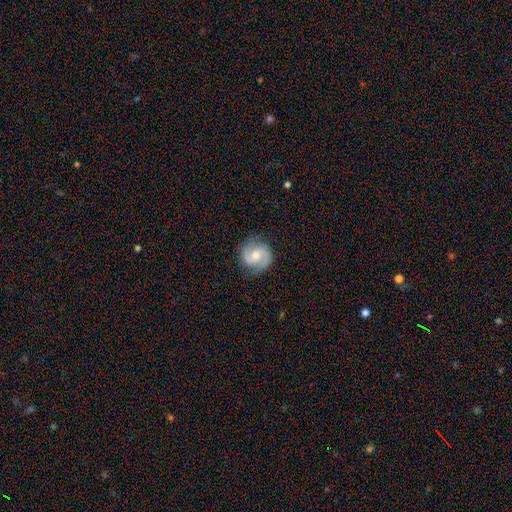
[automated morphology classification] Smooth or featured?
  - featured or disk: 84% *
  - smooth: 11%
  - star or artifact: 5%
Edge-on disk?
  - no: 98% *
  - yes: 2%
Bar?
  - no: 50% *
  - weak: 41%
  - strong: 8%
Spiral arms?
  - yes: 97% *
  - no: 3%
Spiral winding?
  - medium: 53% *
  - tight: 33%
  - loose: 14%
Spiral arm count?
  - 2: 92% *
  - can't tell: 3%
  - 1: 2%
  - 3: 1%
  - 4: 1%
  - more than 4: 1%
Bulge size?
  - moderate: 64% *
  - small: 28%
  - large: 5%
  - none: 2%
  - dominant: 1%
Merging?
  - none: 82% *
  - minor disturbance: 13%
  - major disturbance: 4%
  - merger: 1%